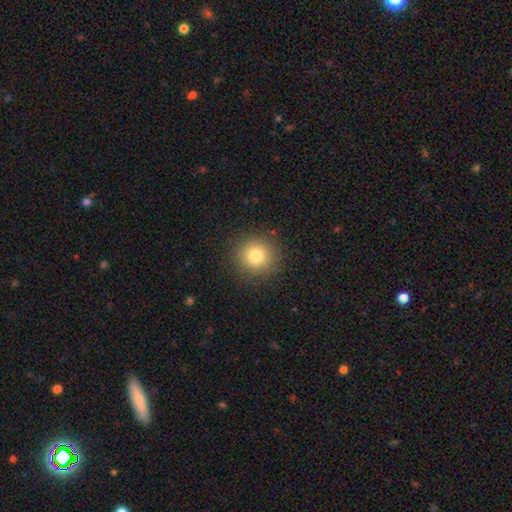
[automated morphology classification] A smooth galaxy with no disk features (80%) that is round (93%). Merging: none (89%).